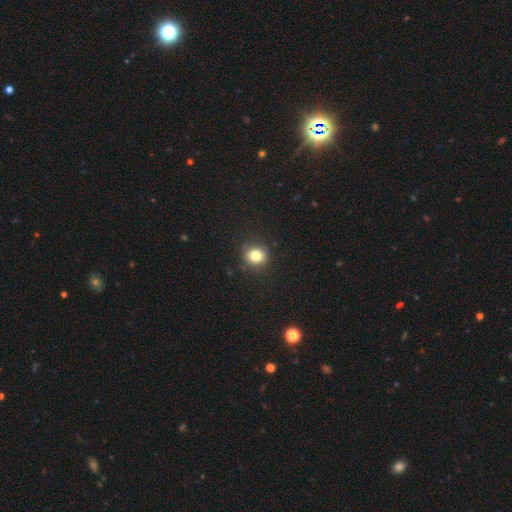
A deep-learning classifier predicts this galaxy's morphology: A smooth galaxy with no disk features (80%) that is round (85%). Merging: none (86%).